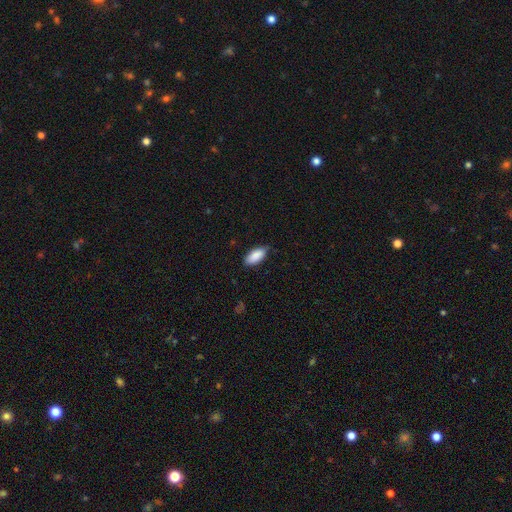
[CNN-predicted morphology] smooth-or-featured: smooth: 89% | star or artifact: 6% | featured or disk: 5%
  how-rounded: in between: 89% | cigar-shaped: 9% | round: 2%
  merging: none: 77% | minor disturbance: 19% | major disturbance: 3% | merger: 1%